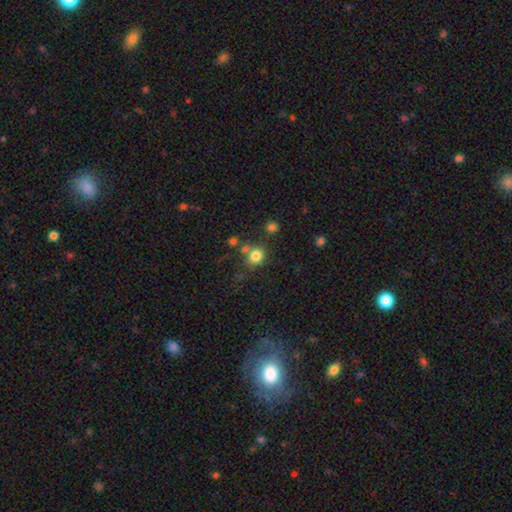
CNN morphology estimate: Smooth or featured? smooth (81%)
How rounded? round (78%)
Merging? none (67%)